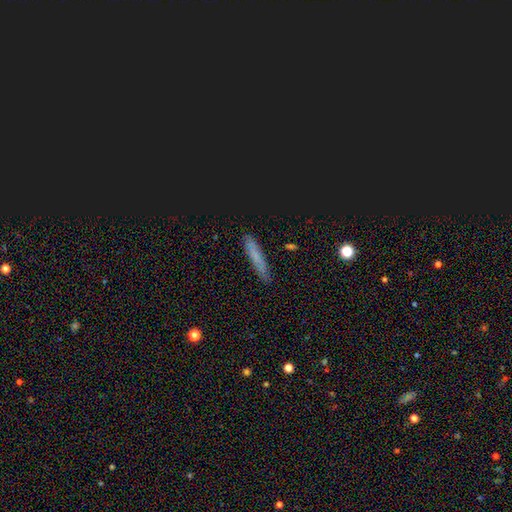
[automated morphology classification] type=smooth (61%); roundness=cigar-shaped (87%); merging=none (84%).